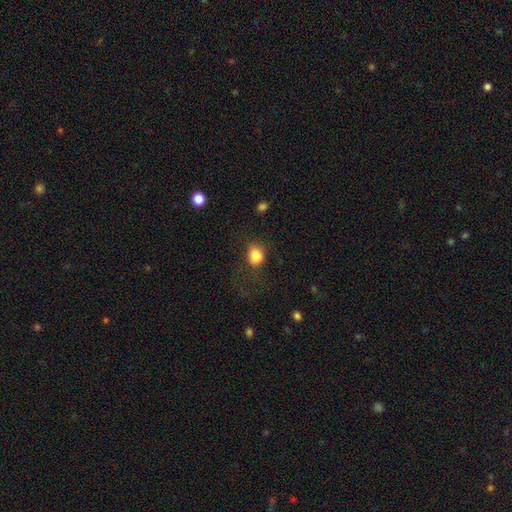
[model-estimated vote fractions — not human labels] Smooth or featured?
  - smooth: 84% *
  - star or artifact: 9%
  - featured or disk: 6%
How rounded?
  - round: 52% *
  - in between: 47%
  - cigar-shaped: 1%
Merging?
  - none: 59% *
  - minor disturbance: 21%
  - major disturbance: 18%
  - merger: 2%